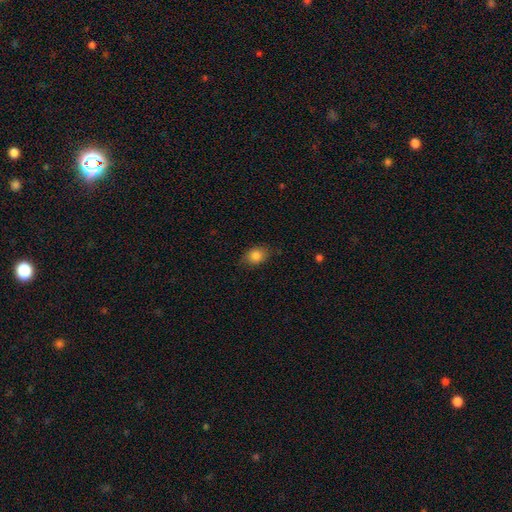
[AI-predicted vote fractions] Smooth or featured?
  - smooth: 83% *
  - star or artifact: 9%
  - featured or disk: 8%
How rounded?
  - in between: 59% *
  - round: 39%
  - cigar-shaped: 1%
Merging?
  - none: 77% *
  - minor disturbance: 19%
  - major disturbance: 4%
  - merger: 1%